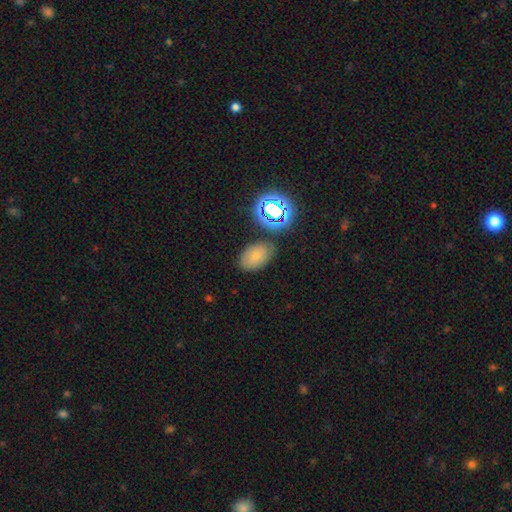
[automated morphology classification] type=smooth (69%); roundness=in between (87%); merging=none (80%).